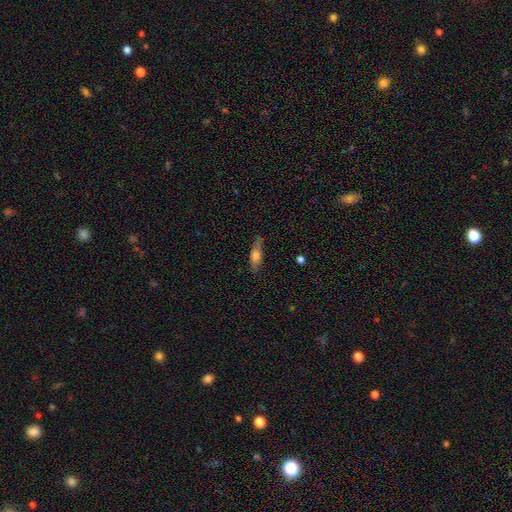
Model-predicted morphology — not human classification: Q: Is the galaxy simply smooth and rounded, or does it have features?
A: smooth — 65%.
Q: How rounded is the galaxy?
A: in between — 54%.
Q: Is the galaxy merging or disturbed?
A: none — 72%.